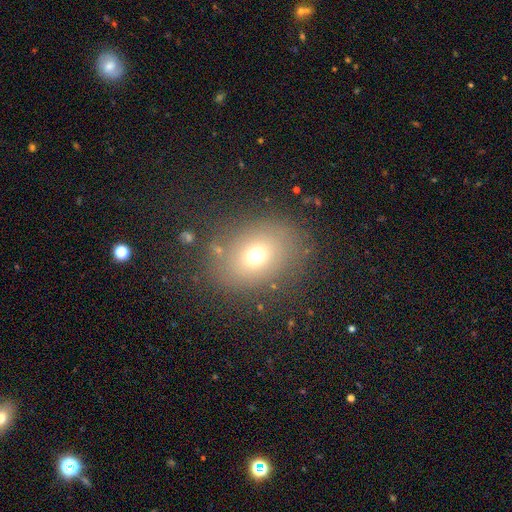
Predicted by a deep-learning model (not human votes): Smooth or featured: smooth — 67% (star or artifact — 17%)
How rounded: in between — 53% (round — 46%)
Merging: none — 79% (minor disturbance — 12%)